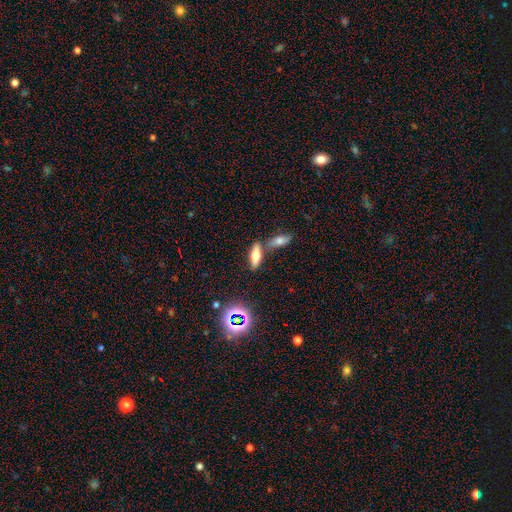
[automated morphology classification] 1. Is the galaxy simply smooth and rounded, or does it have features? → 55% smooth, 32% featured or disk, 14% star or artifact.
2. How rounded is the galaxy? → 59% in between, 37% cigar-shaped, 4% round.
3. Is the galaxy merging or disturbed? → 61% none, 25% merger, 10% minor disturbance, 4% major disturbance.